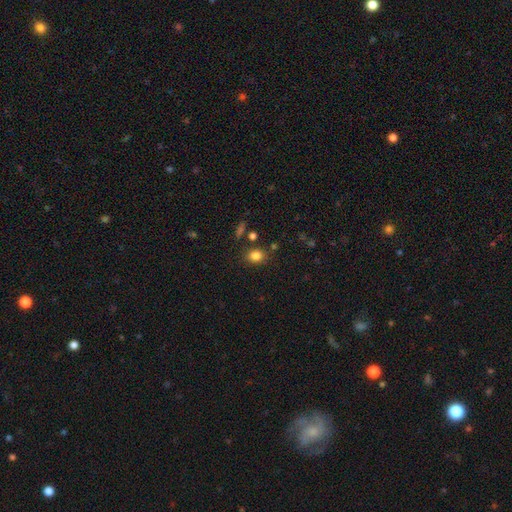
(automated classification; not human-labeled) smooth-or-featured: smooth: 83% | star or artifact: 11% | featured or disk: 6%
  how-rounded: round: 53% | in between: 46% | cigar-shaped: 1%
  merging: none: 81% | minor disturbance: 11% | merger: 5% | major disturbance: 3%